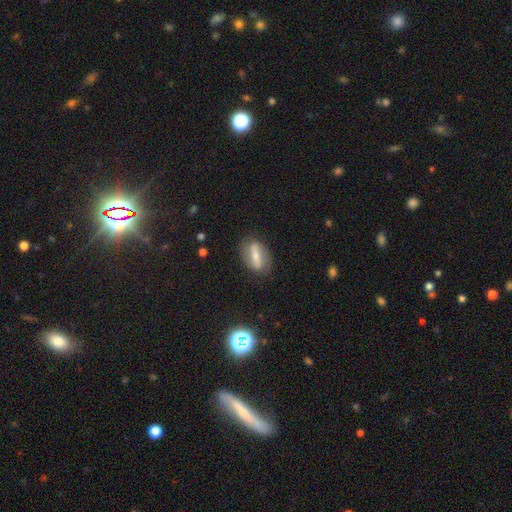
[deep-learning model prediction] Smooth or featured: featured or disk — 51% (smooth — 41%)
Edge-on disk: no — 73% (yes — 27%)
Merging: none — 81% (minor disturbance — 13%)